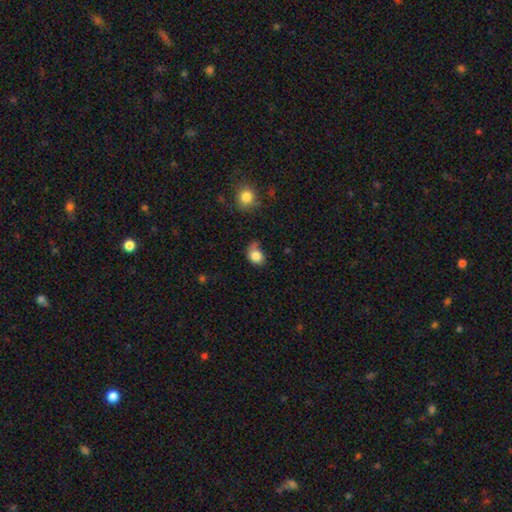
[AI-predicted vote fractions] This is clearly a smooth galaxy (82%). How rounded: possibly round (52%). Merging: marginally none (44%).